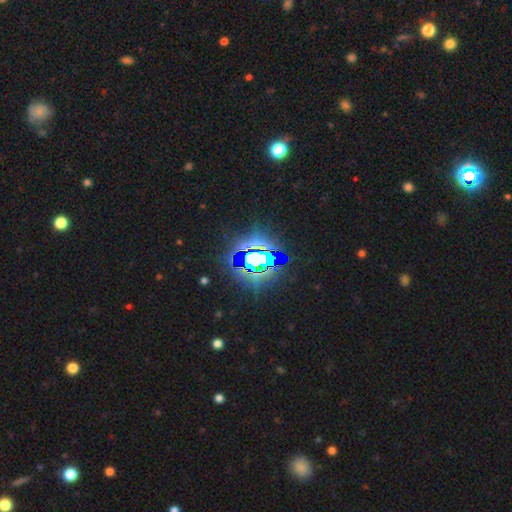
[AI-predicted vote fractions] The model was most divided on "smooth or featured": star or artifact: 72%, smooth: 15%, featured or disk: 13%.